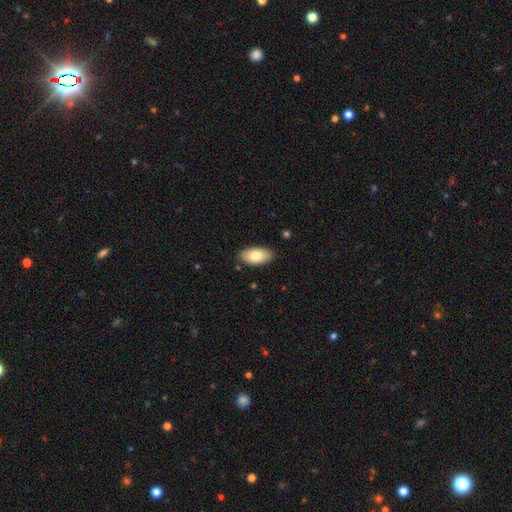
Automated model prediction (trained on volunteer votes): Q: Smooth or featured?
A: smooth (81%); runner-up: featured or disk (13%)
Q: How rounded?
A: in between (95%); runner-up: cigar-shaped (3%)
Q: Merging?
A: none (86%); runner-up: minor disturbance (11%)